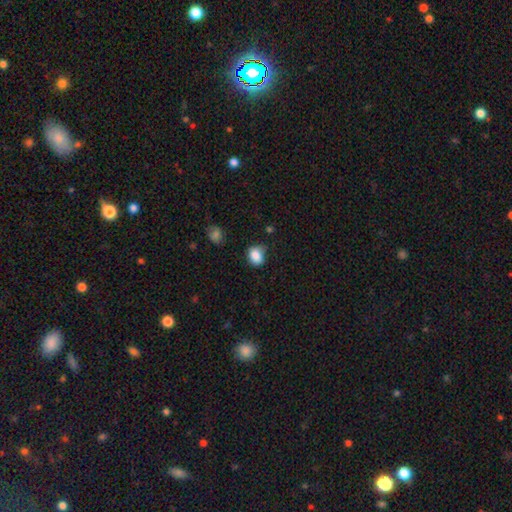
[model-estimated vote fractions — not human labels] smooth-or-featured: smooth: 84% | star or artifact: 10% | featured or disk: 6%
  how-rounded: round: 54% | in between: 45% | cigar-shaped: 1%
  merging: none: 58% | minor disturbance: 32% | major disturbance: 7% | merger: 3%